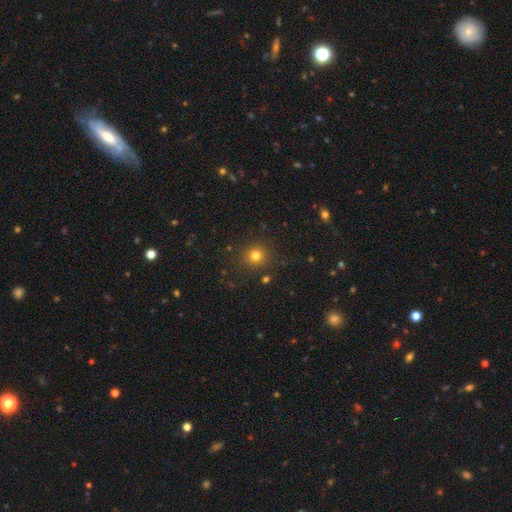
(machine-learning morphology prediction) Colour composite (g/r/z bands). It shows a smooth galaxy with no disk features (77%) that is round (92%). Merging: none (87%).